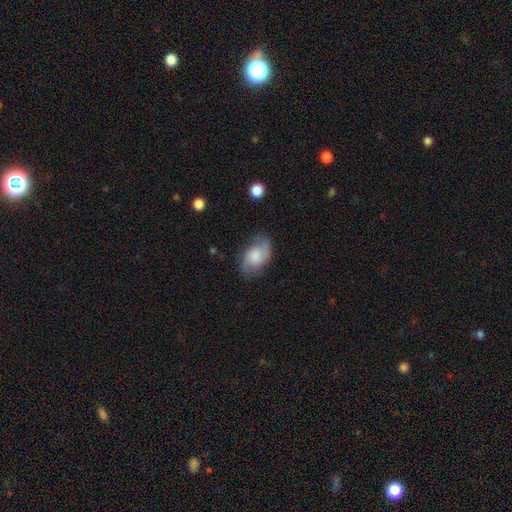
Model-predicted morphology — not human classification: Smooth or featured?
  - featured or disk: 51% *
  - smooth: 42%
  - star or artifact: 8%
Edge-on disk?
  - no: 96% *
  - yes: 4%
Merging?
  - none: 69% *
  - minor disturbance: 21%
  - major disturbance: 8%
  - merger: 1%